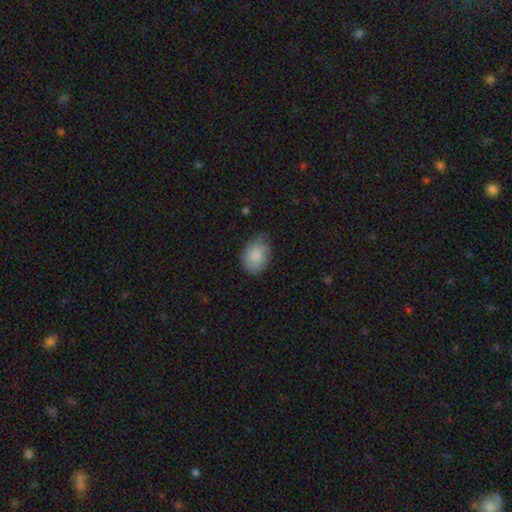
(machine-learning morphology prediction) The model was most divided on "merging": none: 61%, minor disturbance: 32%, major disturbance: 6%, merger: 1%. More confident: smooth or featured — smooth (85%); how rounded — in between (73%).